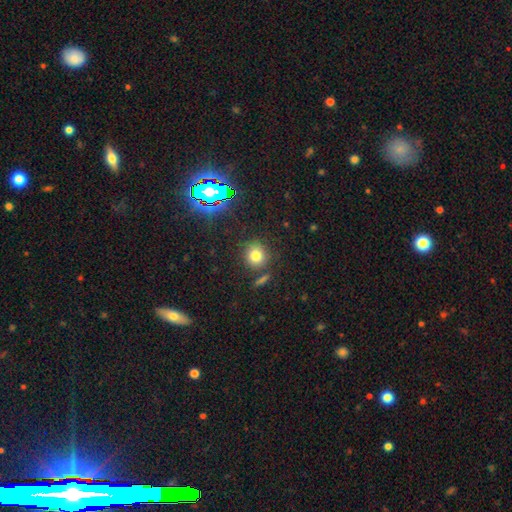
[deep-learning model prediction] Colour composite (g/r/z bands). It shows a smooth galaxy with no disk features (75%) that is round (88%). Merging: none (80%).